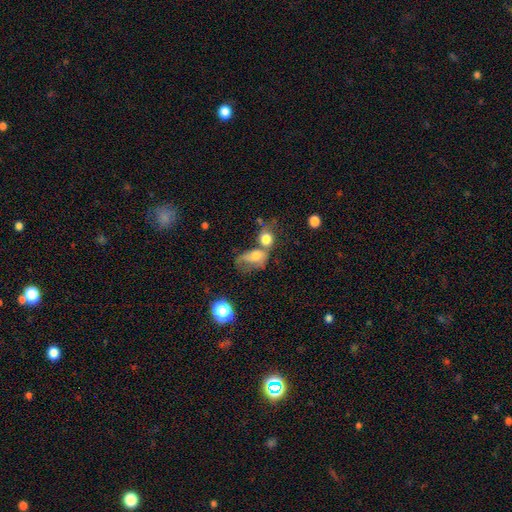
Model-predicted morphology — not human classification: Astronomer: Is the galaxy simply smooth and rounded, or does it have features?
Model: smooth — 63%.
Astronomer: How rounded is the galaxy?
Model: in between — 63%.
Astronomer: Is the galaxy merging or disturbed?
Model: merger — 50%.